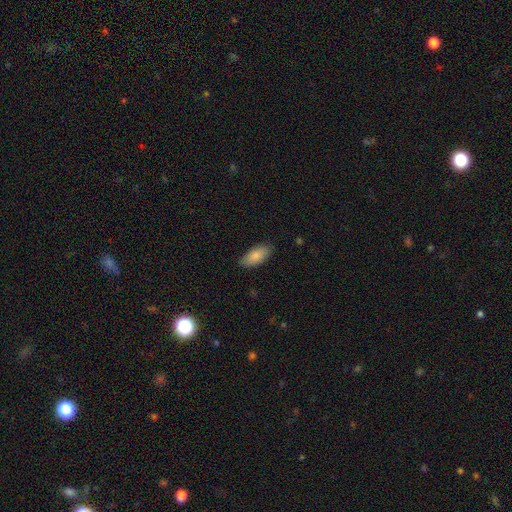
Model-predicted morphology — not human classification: Q: Smooth or featured?
A: smooth (85%); runner-up: featured or disk (9%)
Q: How rounded?
A: in between (88%); runner-up: cigar-shaped (10%)
Q: Merging?
A: none (85%); runner-up: minor disturbance (12%)